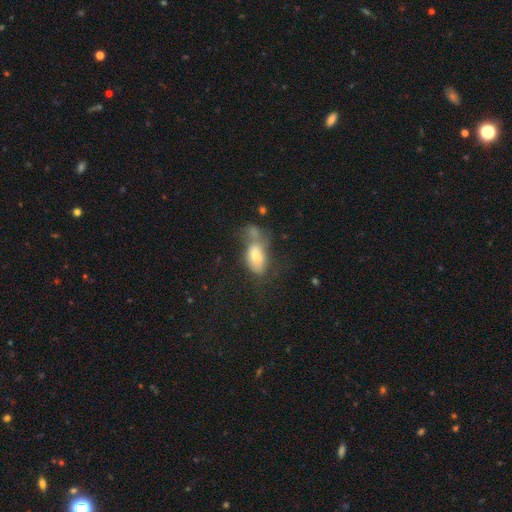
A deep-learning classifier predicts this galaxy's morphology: Smooth or featured?
  - smooth: 66% *
  - featured or disk: 23%
  - star or artifact: 10%
How rounded?
  - in between: 88% *
  - round: 8%
  - cigar-shaped: 4%
Merging?
  - merger: 32% *
  - none: 28%
  - major disturbance: 20%
  - minor disturbance: 20%